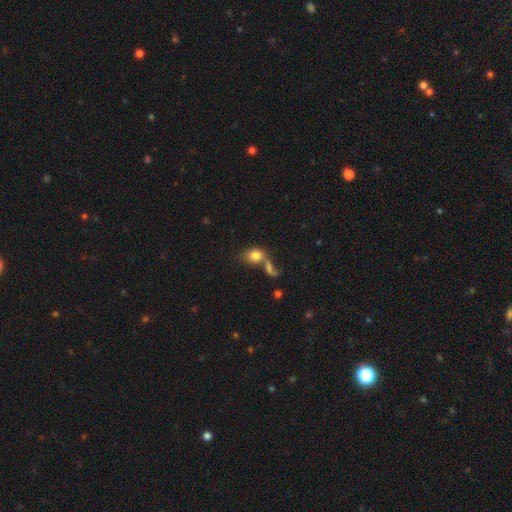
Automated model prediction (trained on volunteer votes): Overall: smooth (76%). How rounded: in between (63%; round 34%). Merging: merger (59%; none 23%).